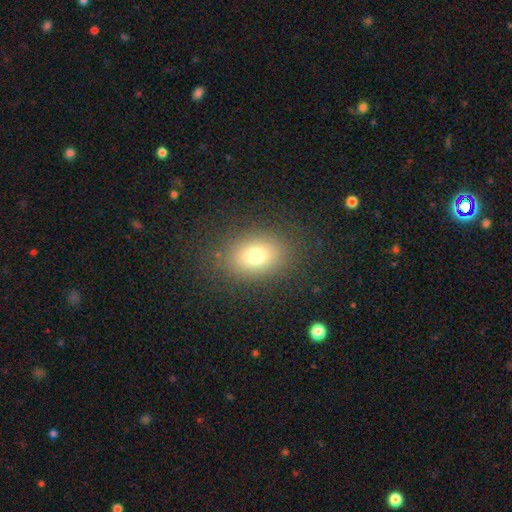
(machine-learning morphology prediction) Smooth or featured? Predicted: smooth (p=0.75). How rounded? Predicted: in between (p=0.67). Merging? Predicted: none (p=0.84).